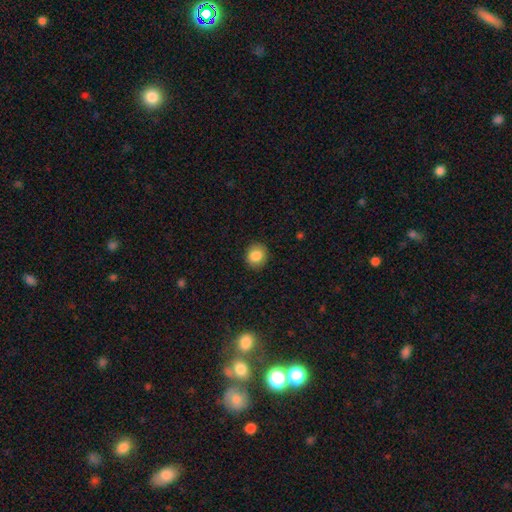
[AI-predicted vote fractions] Overall: smooth (85%). How rounded: round (81%). Merging: none (88%).